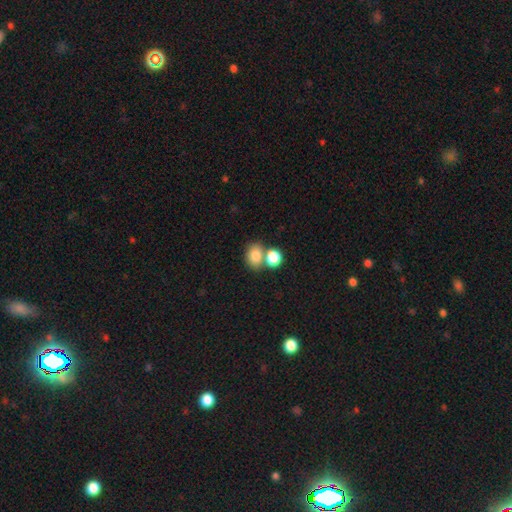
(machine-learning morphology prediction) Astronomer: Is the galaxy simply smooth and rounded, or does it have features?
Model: smooth — 81%.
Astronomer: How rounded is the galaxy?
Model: in between — 52% (runner-up: round, 47%).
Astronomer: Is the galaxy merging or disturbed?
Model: none — 47% (runner-up: merger, 40%).